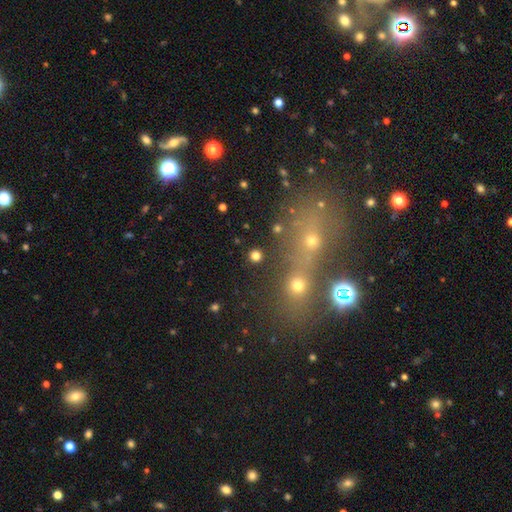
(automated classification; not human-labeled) smooth 76%, star or artifact 17%, featured or disk 6%. Down the decision tree: how rounded — round (91%); merging — none (85%).